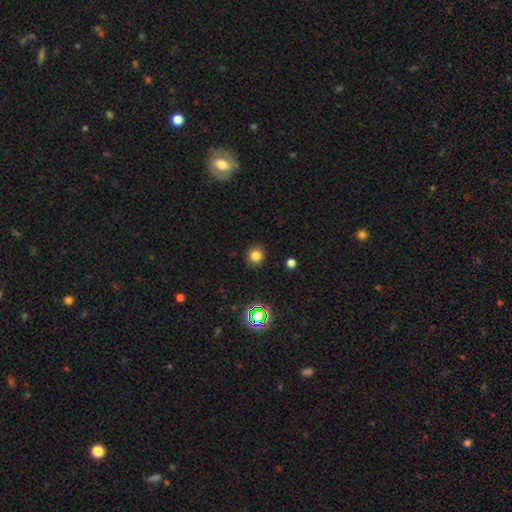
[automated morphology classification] Smooth or featured? smooth (78%)
How rounded? round (88%)
Merging? none (88%)